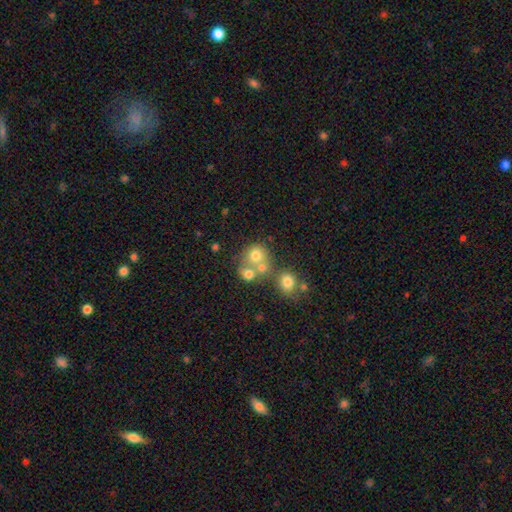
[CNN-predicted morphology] Smooth or featured? Predicted: smooth (p=0.67). How rounded? Predicted: round (p=0.79). Merging? Predicted: merger (p=0.45).